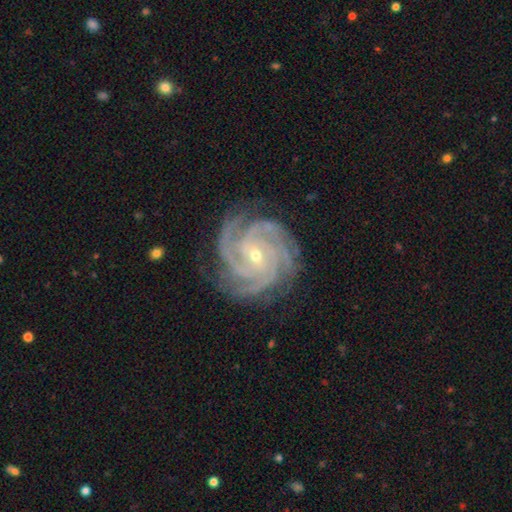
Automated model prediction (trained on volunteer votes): Smooth or featured: featured or disk — 93% (star or artifact — 4%)
Edge-on disk: no — 98% (yes — 2%)
Bar: no — 46% (weak — 38%)
Spiral arms: yes — 99% (no — 1%)
Spiral winding: tight — 78% (medium — 20%)
Spiral arm count: 4 — 44% (3 — 20%)
Bulge size: small — 63% (moderate — 35%)
Merging: none — 82% (minor disturbance — 14%)